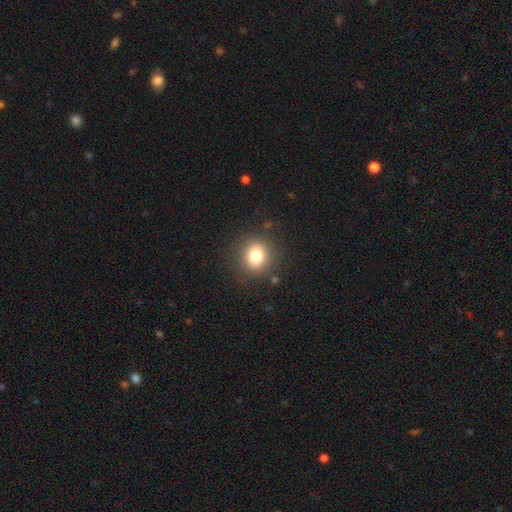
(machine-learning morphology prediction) This appears to be a smooth galaxy with no disk features (78%) that is round (81%). Merging: none (86%).